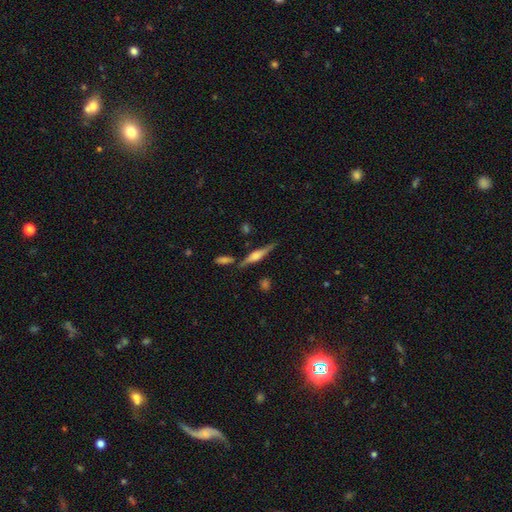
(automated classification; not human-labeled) smooth-or-featured: featured or disk: 73% | smooth: 20% | star or artifact: 7%
  disk-edge-on: yes: 97% | no: 3%
    edge-on-bulge: rounded: 73% | boxy: 23% | none: 4%
  merging: none: 79% | minor disturbance: 11% | merger: 7% | major disturbance: 3%